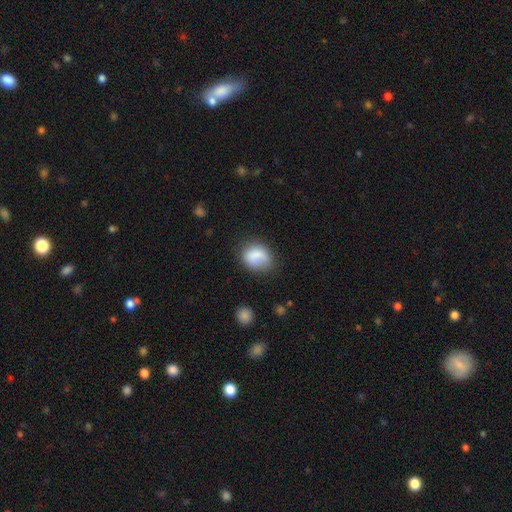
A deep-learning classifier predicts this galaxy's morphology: smooth_or_featured: smooth (p=0.81) [alt: featured or disk p=0.11]
how_rounded: round (p=0.50) [alt: in between p=0.49]
merging: none (p=0.58) [alt: minor disturbance p=0.27]